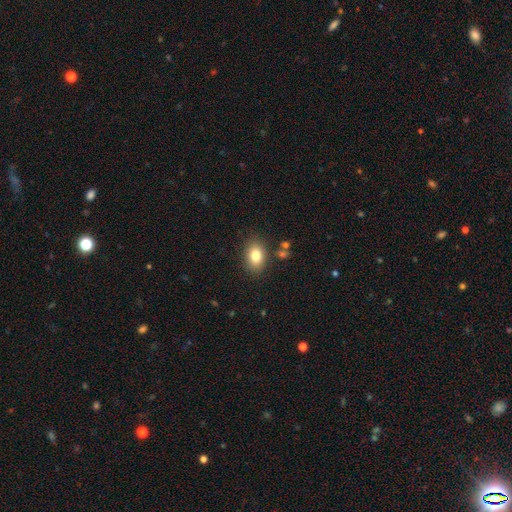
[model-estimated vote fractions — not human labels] A smooth galaxy with no disk features (81%) that is in between round and cigar-shaped (78%).

Vote fractions:
- Smooth or featured? smooth: 81% / featured or disk: 10% / star or artifact: 9%
- How rounded? in between: 78% / round: 20% / cigar-shaped: 1%
- Merging? none: 83% / minor disturbance: 11% / merger: 3% / major disturbance: 3%